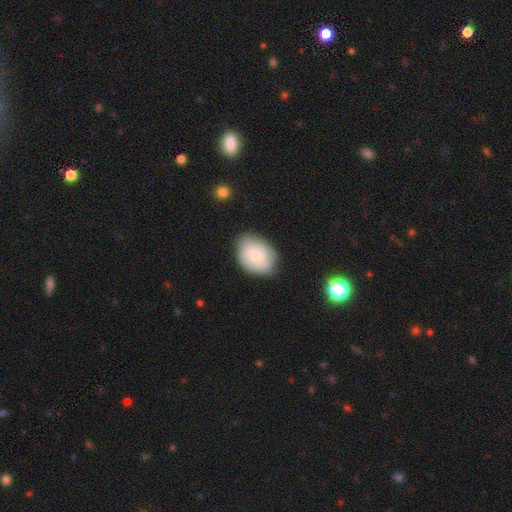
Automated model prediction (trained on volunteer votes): The model was most divided on "smooth or featured": featured or disk: 58%, smooth: 35%, star or artifact: 7%. More confident: edge-on disk — no (97%); spiral arms — yes (89%); merging — none (73%); bulge size — small (66%); bar — no (63%).